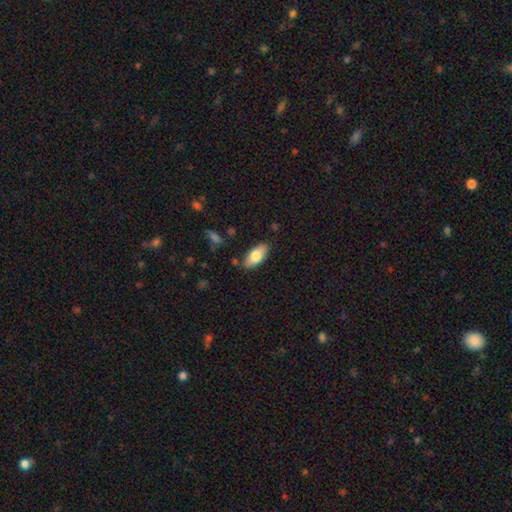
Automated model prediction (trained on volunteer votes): smooth_or_featured: smooth (p=0.77) [alt: featured or disk p=0.17]
how_rounded: in between (p=0.87) [alt: cigar-shaped p=0.10]
merging: none (p=0.84) [alt: minor disturbance p=0.12]